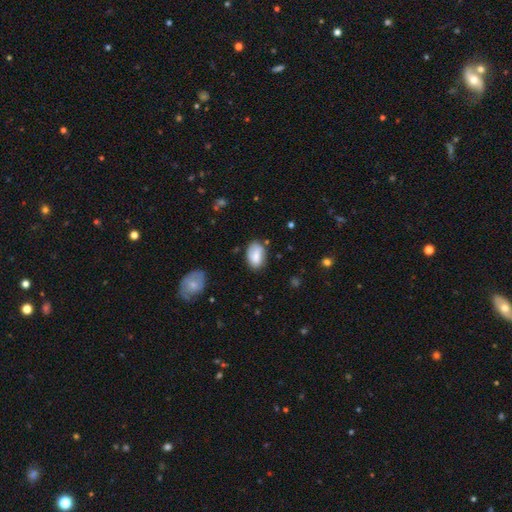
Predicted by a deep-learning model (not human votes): A smooth galaxy with no disk features (77%) that is in between round and cigar-shaped (90%).

Vote fractions:
- Smooth or featured? smooth: 77% / featured or disk: 16% / star or artifact: 7%
- How rounded? in between: 90% / round: 8% / cigar-shaped: 2%
- Merging? none: 70% / minor disturbance: 23% / major disturbance: 5% / merger: 3%